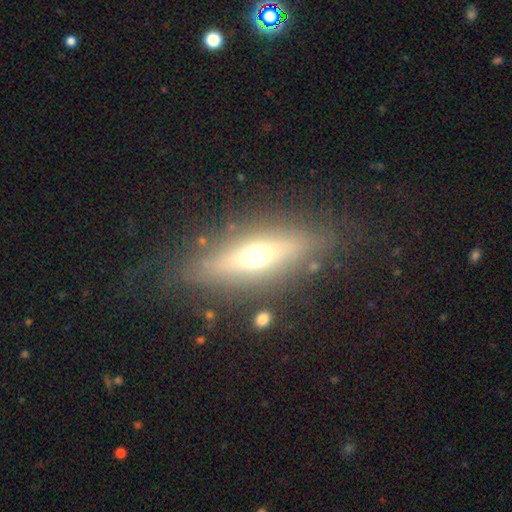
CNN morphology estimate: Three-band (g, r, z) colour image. It shows a featured or disk galaxy (58%) viewed edge-on (80%). Merging: none (78%).